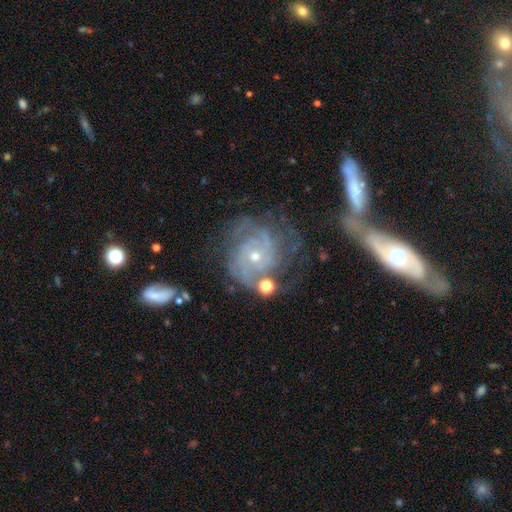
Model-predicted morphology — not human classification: type=featured or disk (87%); edge-on=no (97%); bar=no (74%); spiral arms=yes (95%); winding=tight (65%); arm count=can't tell (28%); bulge=small (62%); merging=none (49%).